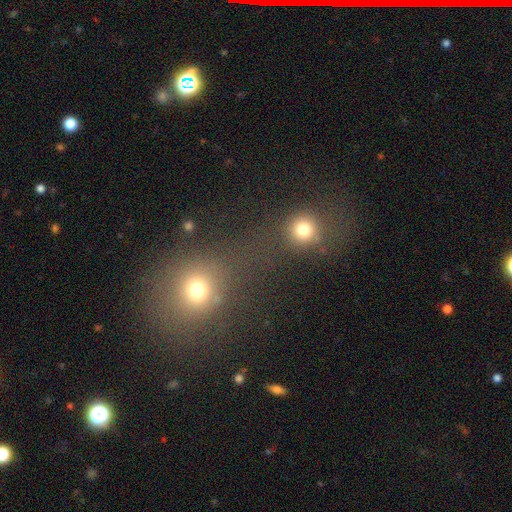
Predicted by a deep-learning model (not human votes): Smooth or featured?
  - smooth: 53% *
  - star or artifact: 36%
  - featured or disk: 11%
How rounded?
  - round: 82% *
  - in between: 16%
  - cigar-shaped: 2%
Merging?
  - merger: 53% *
  - none: 34%
  - minor disturbance: 7%
  - major disturbance: 7%